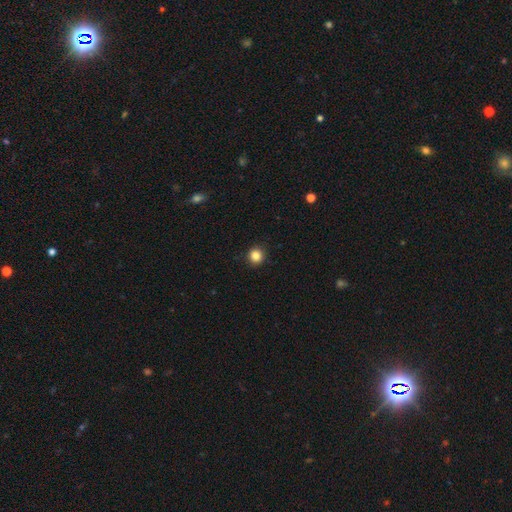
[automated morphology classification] A smooth galaxy with no disk features (85%) that is round (93%).

Vote fractions:
- Smooth or featured? smooth: 85% / star or artifact: 11% / featured or disk: 4%
- How rounded? round: 93% / in between: 6% / cigar-shaped: 1%
- Merging? none: 92% / minor disturbance: 6% / major disturbance: 2% / merger: 1%